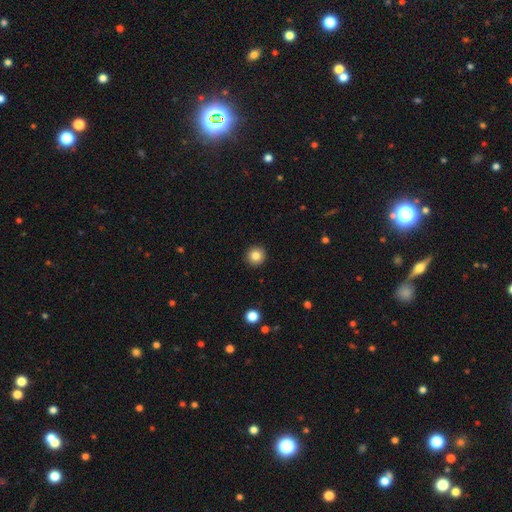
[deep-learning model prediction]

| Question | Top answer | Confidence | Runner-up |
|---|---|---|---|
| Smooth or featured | smooth | 84% | star or artifact (10%) |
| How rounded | round | 95% | in between (4%) |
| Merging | none | 93% | minor disturbance (4%) |